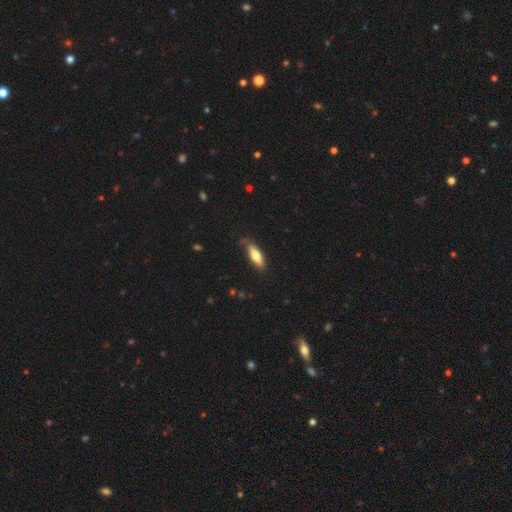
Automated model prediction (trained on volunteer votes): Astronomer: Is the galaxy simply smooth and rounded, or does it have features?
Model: smooth — 66%.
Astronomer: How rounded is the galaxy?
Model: cigar-shaped — 50% (runner-up: in between, 48%).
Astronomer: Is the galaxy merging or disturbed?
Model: none — 71%.